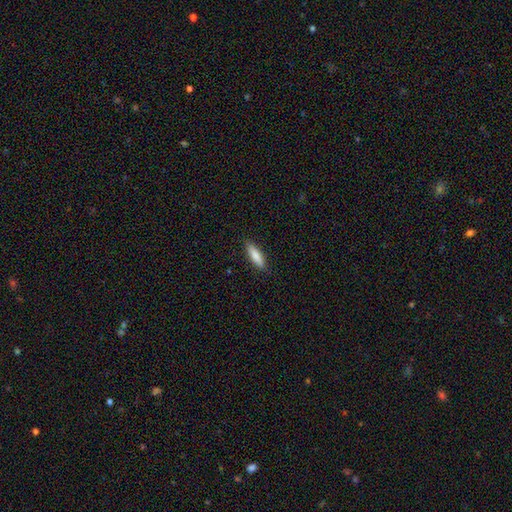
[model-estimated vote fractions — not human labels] This appears to be a smooth galaxy with no disk features (82%) that is cigar-shaped (63%). Merging: none (88%).